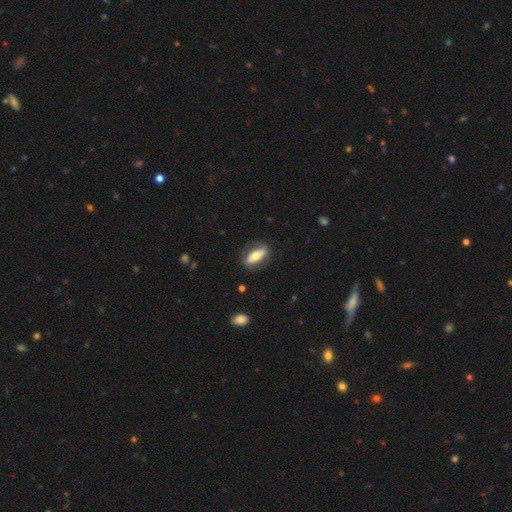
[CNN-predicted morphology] This is possibly a smooth galaxy (56%). How rounded: likely in between (70%). Merging: likely none (76%).